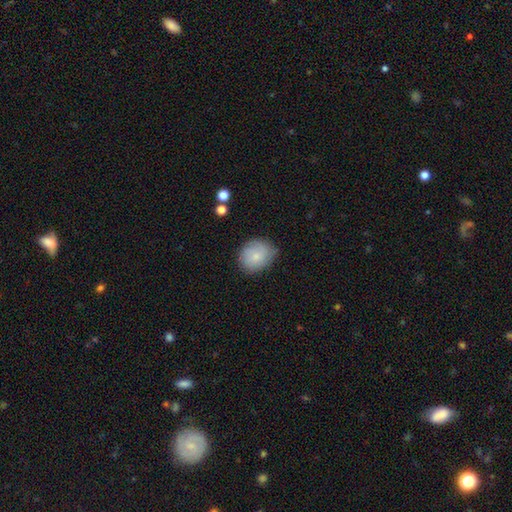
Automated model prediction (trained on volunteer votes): smooth 78%, featured or disk 15%, star or artifact 7%. Down the decision tree: how rounded — round (65%); merging — none (71%).